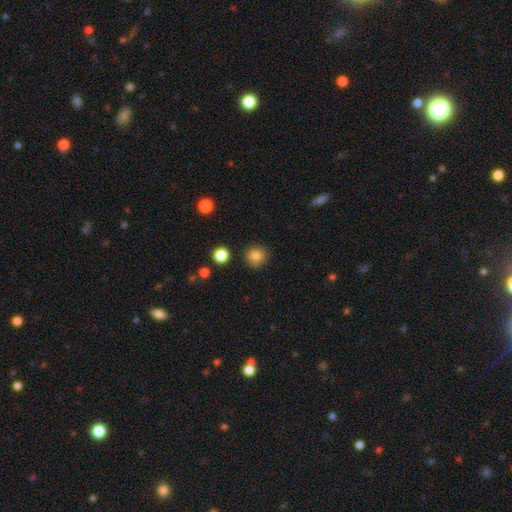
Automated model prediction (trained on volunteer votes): Smooth or featured? smooth (83%)
How rounded? round (92%)
Merging? none (86%)